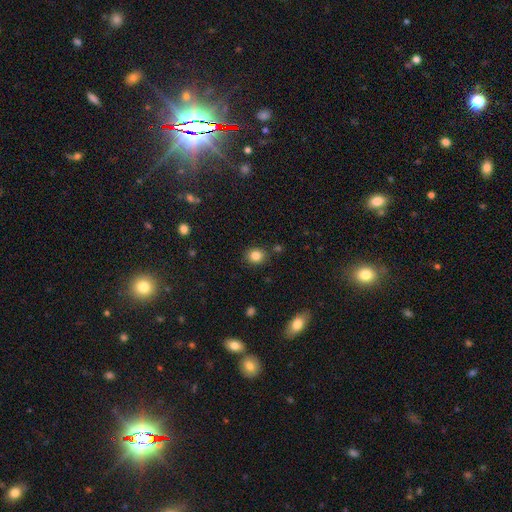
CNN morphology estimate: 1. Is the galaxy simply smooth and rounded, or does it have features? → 84% smooth, 11% star or artifact, 6% featured or disk.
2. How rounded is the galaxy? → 74% round, 25% in between, 1% cigar-shaped.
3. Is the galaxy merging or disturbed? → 85% none, 9% minor disturbance, 4% merger, 2% major disturbance.